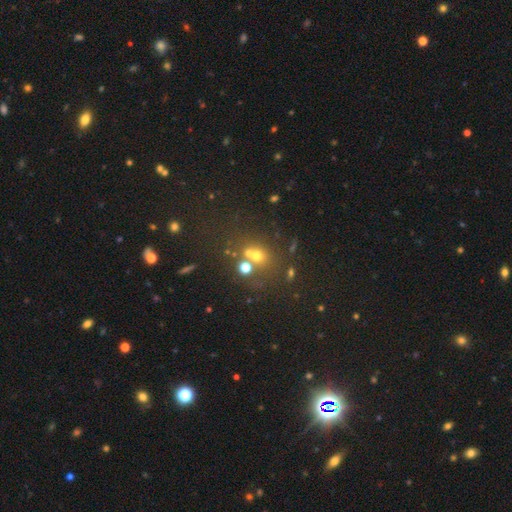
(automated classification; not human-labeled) A smooth galaxy with no disk features (55%) that is round (75%). Merging: none (52%).